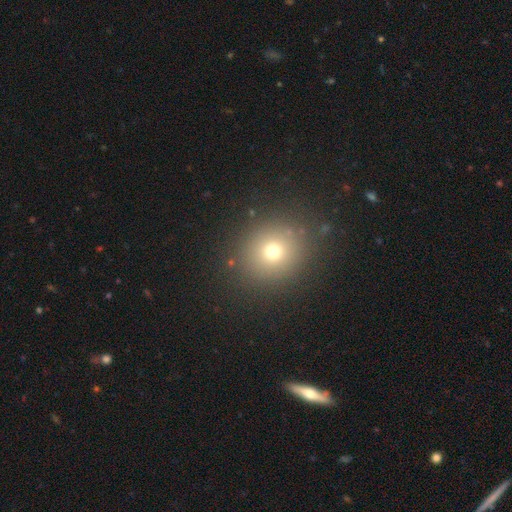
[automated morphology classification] The model was most divided on "smooth or featured": smooth: 66%, star or artifact: 24%, featured or disk: 10%. More confident: merging — none (89%); how rounded — round (82%).